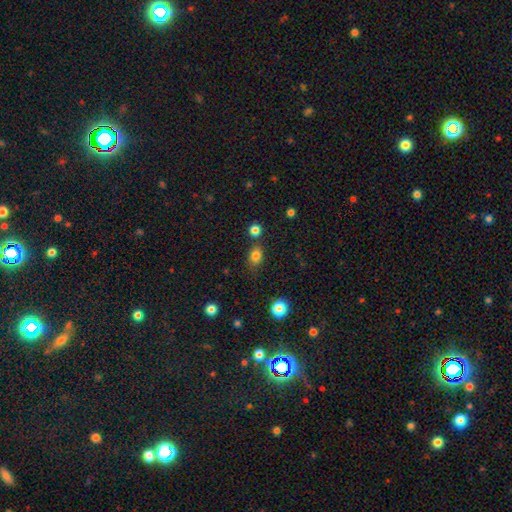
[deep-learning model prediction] This appears to be a smooth galaxy with no disk features (81%) that is in between round and cigar-shaped (61%). Merging: none (69%).